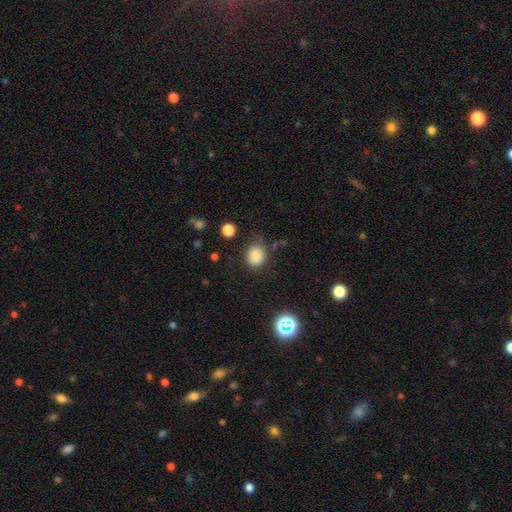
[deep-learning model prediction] Smooth or featured?
  - smooth: 83% *
  - star or artifact: 12%
  - featured or disk: 5%
How rounded?
  - round: 73% *
  - in between: 26%
  - cigar-shaped: 1%
Merging?
  - none: 72% *
  - minor disturbance: 19%
  - major disturbance: 7%
  - merger: 3%